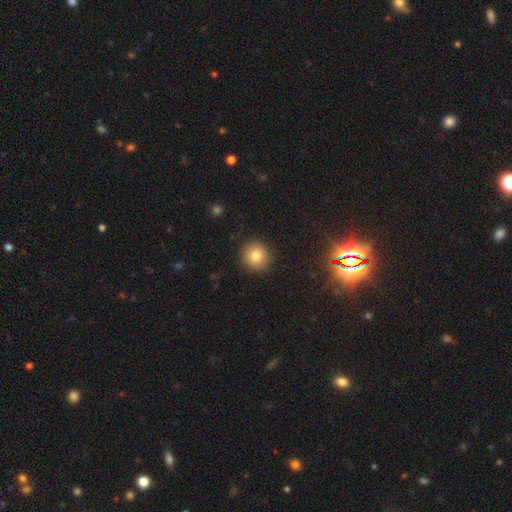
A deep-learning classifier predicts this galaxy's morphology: smooth 81%, star or artifact 11%, featured or disk 8%. Down the decision tree: how rounded — round (91%); merging — none (90%).